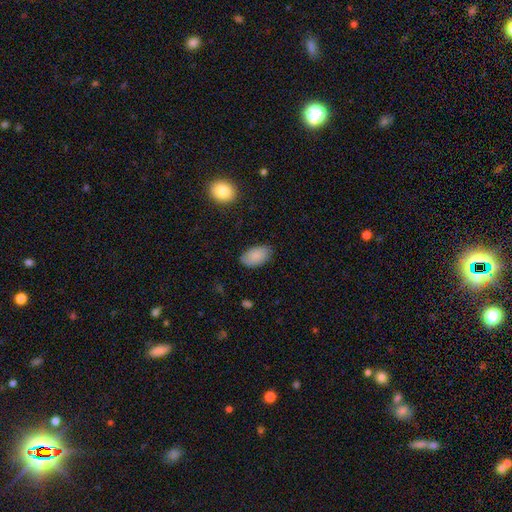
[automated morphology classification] Smooth or featured? Predicted: smooth (p=0.86). How rounded? Predicted: in between (p=0.94). Merging? Predicted: none (p=0.81).